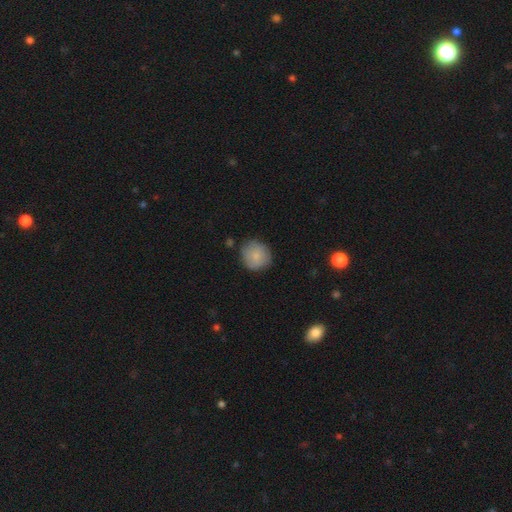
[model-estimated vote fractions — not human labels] Morphology: type=smooth (81%); roundness=round (88%); merging=none (76%).